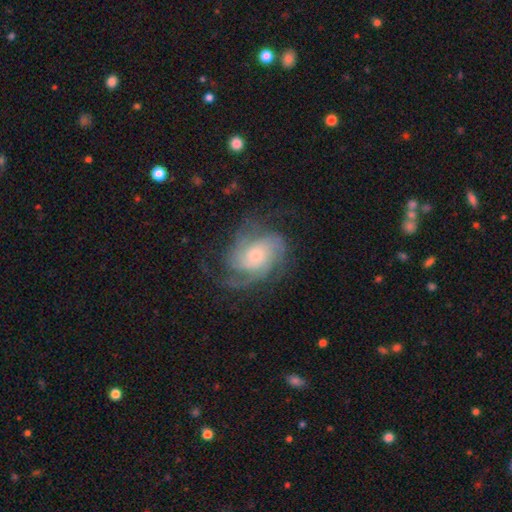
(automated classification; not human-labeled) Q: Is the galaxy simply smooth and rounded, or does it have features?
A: featured or disk — 84%.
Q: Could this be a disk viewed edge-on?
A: no — 97%.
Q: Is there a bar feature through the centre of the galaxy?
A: no — 73%.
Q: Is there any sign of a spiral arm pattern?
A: yes — 96%.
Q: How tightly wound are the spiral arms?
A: tight — 48%.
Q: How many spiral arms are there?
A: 3 — 28%.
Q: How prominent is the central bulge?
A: small — 54%.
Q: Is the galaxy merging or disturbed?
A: none — 64%.